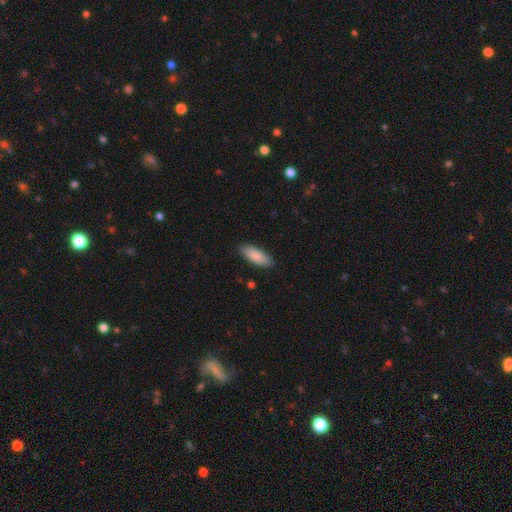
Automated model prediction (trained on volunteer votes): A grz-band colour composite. It shows a smooth galaxy with no disk features (88%) that is in between round and cigar-shaped (72%). Merging: none (88%).